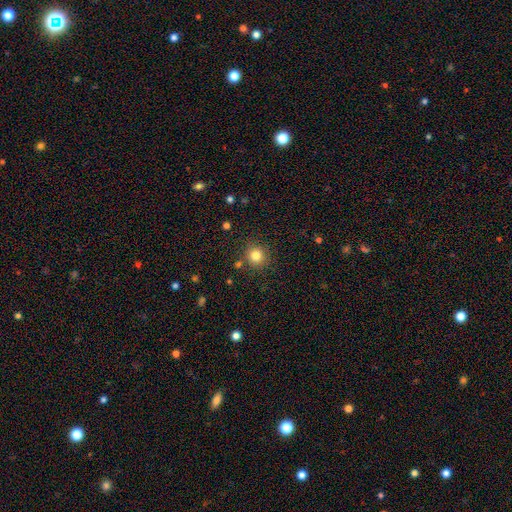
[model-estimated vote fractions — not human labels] smooth-or-featured: smooth: 82% | star or artifact: 12% | featured or disk: 6%
  how-rounded: round: 92% | in between: 7% | cigar-shaped: 1%
  merging: none: 85% | minor disturbance: 8% | merger: 4% | major disturbance: 3%